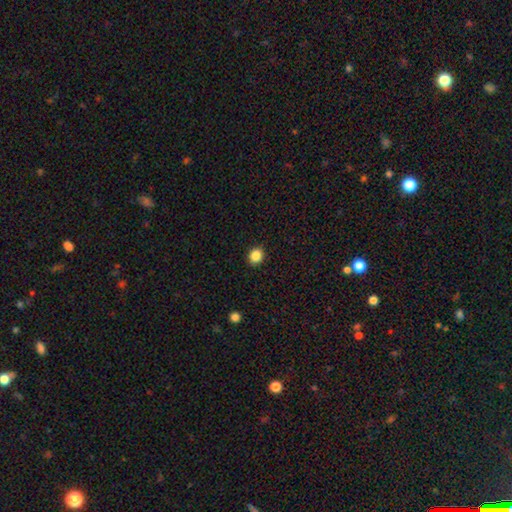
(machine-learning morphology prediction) This appears to be a smooth galaxy with no disk features (86%) that is round (69%). Merging: none (91%).